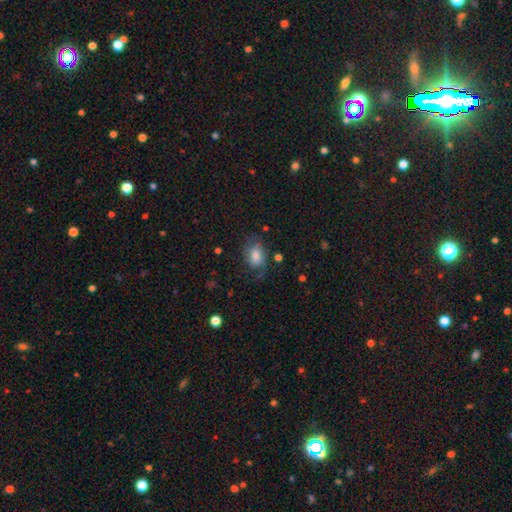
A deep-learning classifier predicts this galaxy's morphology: type=smooth (65%); roundness=in between (81%); merging=none (56%).